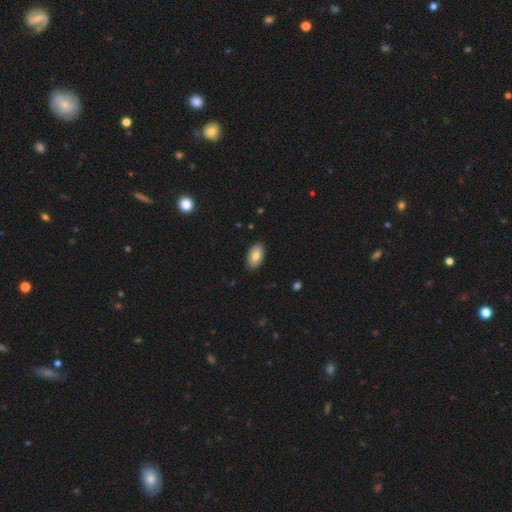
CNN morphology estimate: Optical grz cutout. It shows a smooth galaxy with no disk features (79%) that is in between round and cigar-shaped (94%). Merging: none (89%).